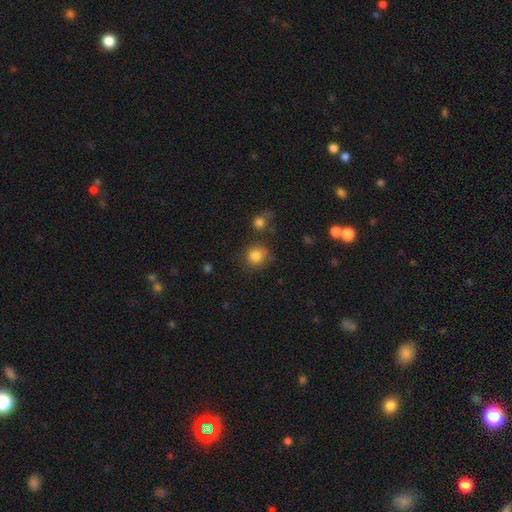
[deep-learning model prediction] This appears to be a smooth galaxy with no disk features (83%) that is round (88%). Merging: none (70%).